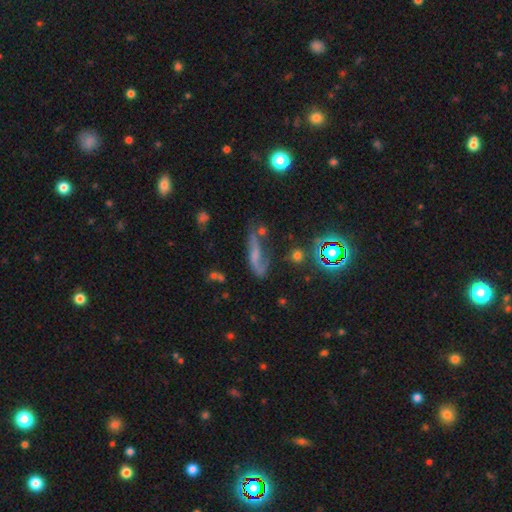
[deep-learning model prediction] A featured or disk galaxy (48%). Merging: none (43%).